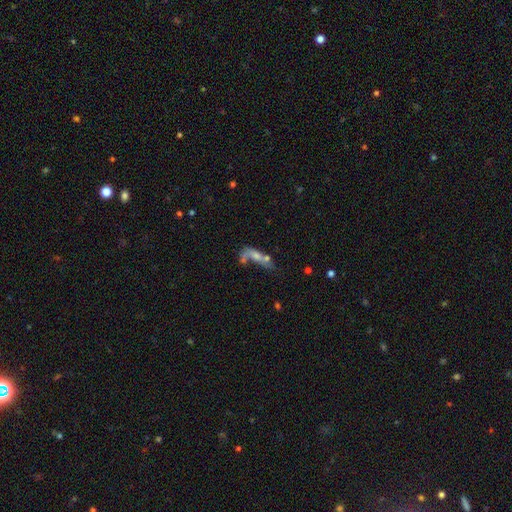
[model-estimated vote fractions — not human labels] smooth-or-featured: smooth: 44% | featured or disk: 43% | star or artifact: 13%
  merging: merger: 41% | major disturbance: 29% | none: 19% | minor disturbance: 11%